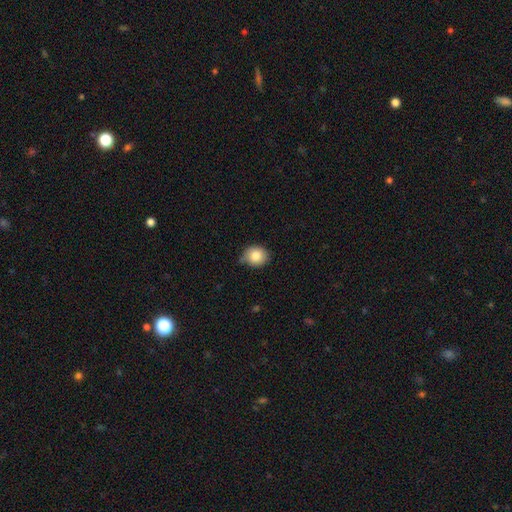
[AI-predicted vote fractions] Smooth or featured?
  - smooth: 83% *
  - star or artifact: 9%
  - featured or disk: 8%
How rounded?
  - round: 76% *
  - in between: 23%
  - cigar-shaped: 1%
Merging?
  - none: 65% *
  - minor disturbance: 27%
  - major disturbance: 4%
  - merger: 3%